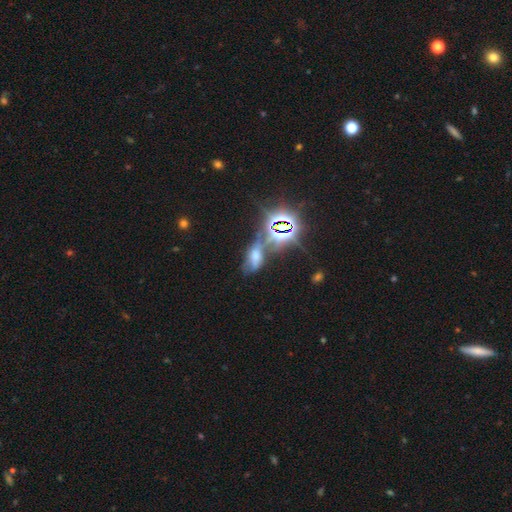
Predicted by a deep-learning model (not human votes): Morphology: type=star or artifact (44%).